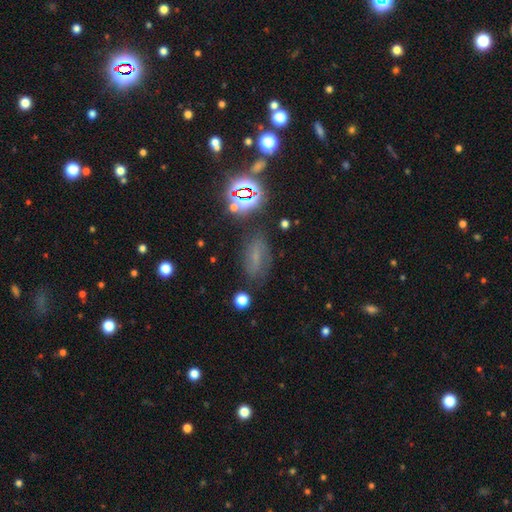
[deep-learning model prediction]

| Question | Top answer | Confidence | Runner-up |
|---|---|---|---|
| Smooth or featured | smooth | 36% | star or artifact (33%) |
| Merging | none | 71% | minor disturbance (18%) |